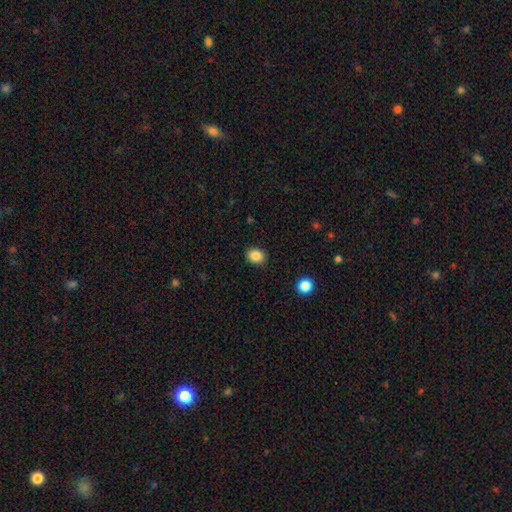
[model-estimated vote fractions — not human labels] Smooth or featured? Predicted: smooth (p=0.86). How rounded? Predicted: round (p=0.57). Merging? Predicted: none (p=0.89).